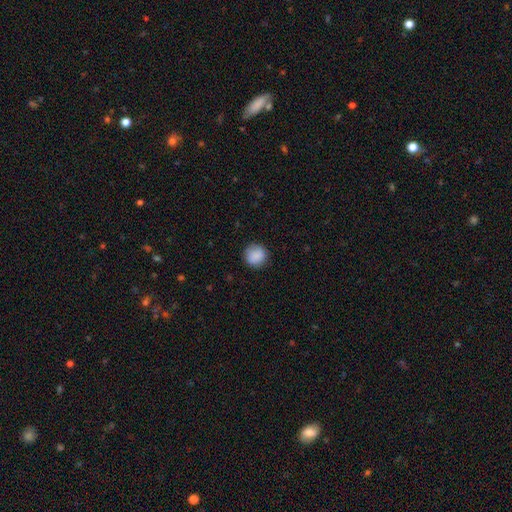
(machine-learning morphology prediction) type=smooth (88%); roundness=round (90%); merging=none (86%).